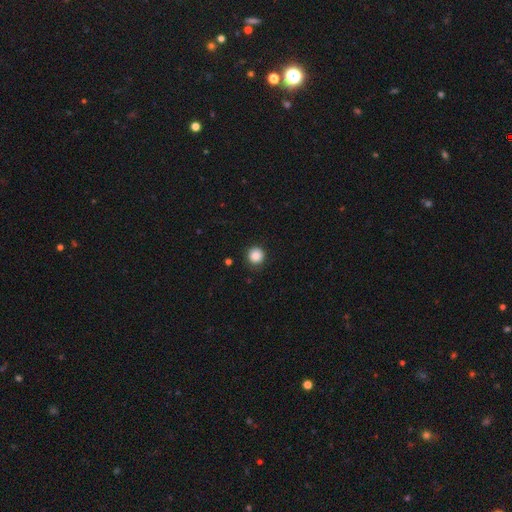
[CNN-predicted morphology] smooth-or-featured: smooth: 87% | star or artifact: 10% | featured or disk: 3%
  how-rounded: round: 95% | in between: 4% | cigar-shaped: 1%
  merging: none: 88% | minor disturbance: 8% | major disturbance: 2% | merger: 1%